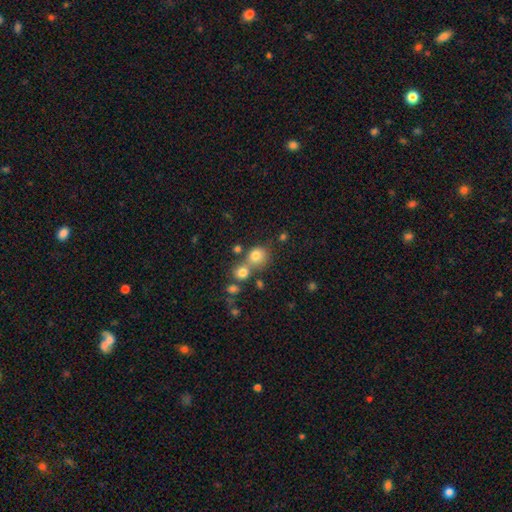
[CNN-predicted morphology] A smooth galaxy with no disk features (77%) that is round (78%).

Vote fractions:
- Smooth or featured? smooth: 77% / star or artifact: 13% / featured or disk: 9%
- How rounded? round: 78% / in between: 21% / cigar-shaped: 1%
- Merging? none: 48% / merger: 37% / minor disturbance: 10% / major disturbance: 5%